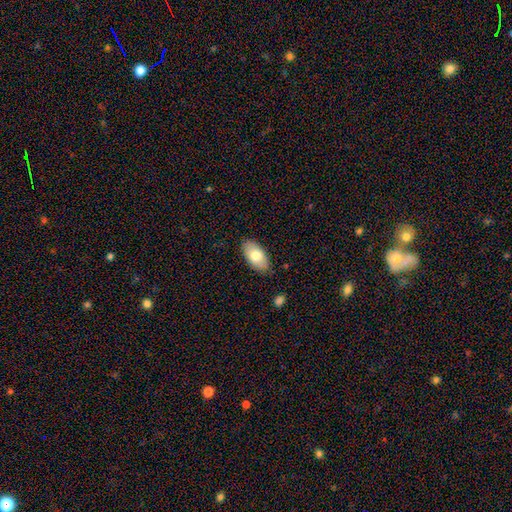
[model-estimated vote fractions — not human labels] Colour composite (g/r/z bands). It shows a smooth galaxy with no disk features (76%) that is in between round and cigar-shaped (94%). Merging: none (85%).